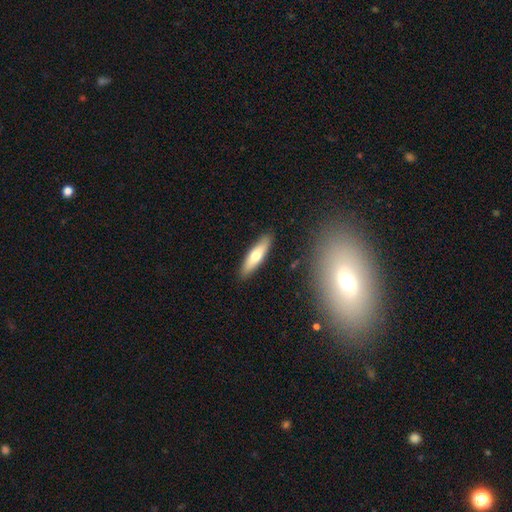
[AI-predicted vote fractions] Smooth or featured? Predicted: smooth (p=0.65). How rounded? Predicted: cigar-shaped (p=0.64). Merging? Predicted: none (p=0.88).